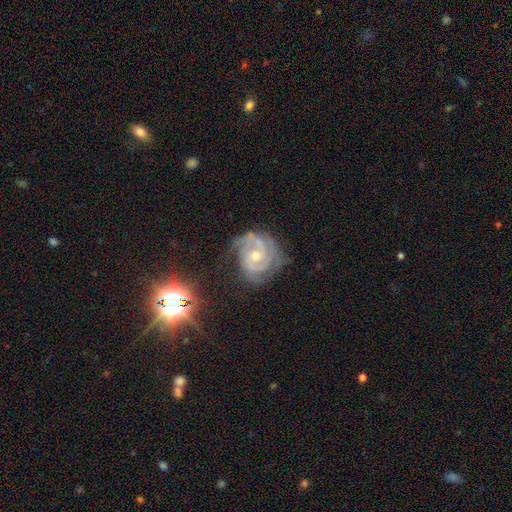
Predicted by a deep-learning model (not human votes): Smooth or featured? featured or disk (86%)
Edge-on disk? no (98%)
Bar? no (65%)
Spiral arms? yes (97%)
Spiral winding? tight (59%)
Spiral arm count? 2 (42%)
Bulge size? moderate (49%)
Merging? none (66%)